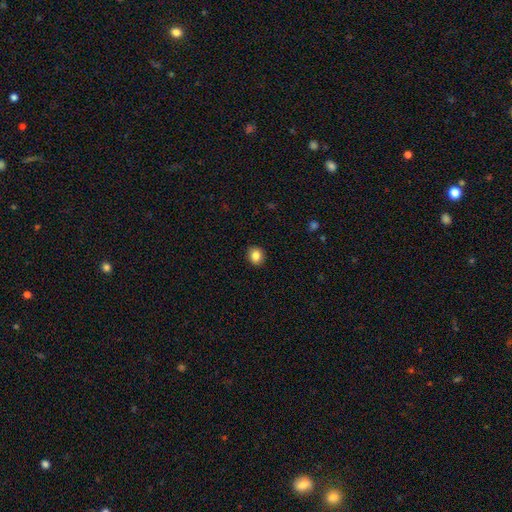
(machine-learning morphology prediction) This is clearly a smooth galaxy (84%). How rounded: likely round (75%). Merging: clearly none (91%).